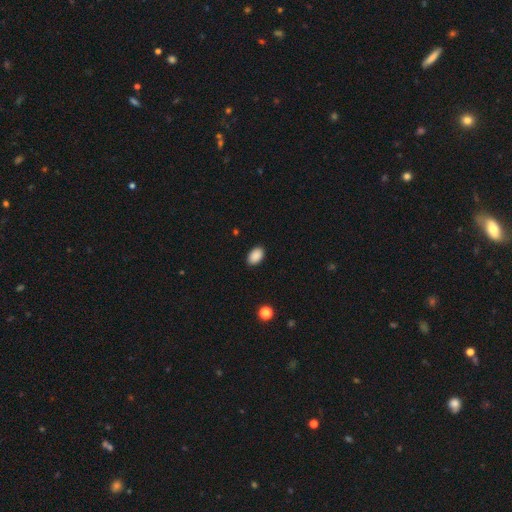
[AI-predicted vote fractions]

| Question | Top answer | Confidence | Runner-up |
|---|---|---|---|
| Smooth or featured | smooth | 89% | star or artifact (8%) |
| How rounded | in between | 90% | round (9%) |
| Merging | none | 89% | minor disturbance (8%) |